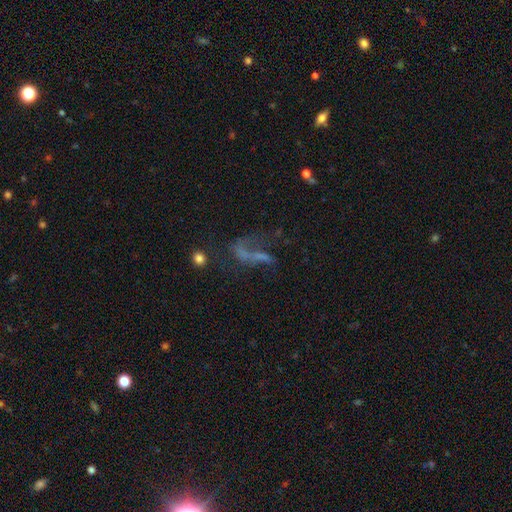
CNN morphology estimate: Smooth or featured? Predicted: featured or disk (p=0.51). Edge-on disk? Predicted: no (p=0.89). Merging? Predicted: major disturbance (p=0.40).